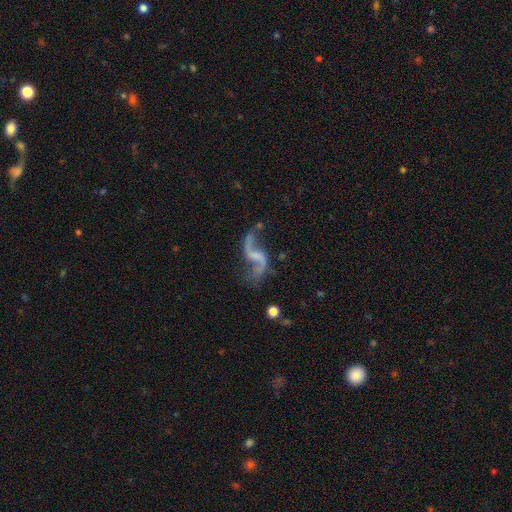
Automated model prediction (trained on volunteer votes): Smooth or featured? featured or disk (89%)
Edge-on disk? no (97%)
Bar? weak (42%)
Spiral arms? yes (95%)
Spiral winding? loose (90%)
Spiral arm count? 2 (93%)
Bulge size? none (56%)
Merging? none (66%)